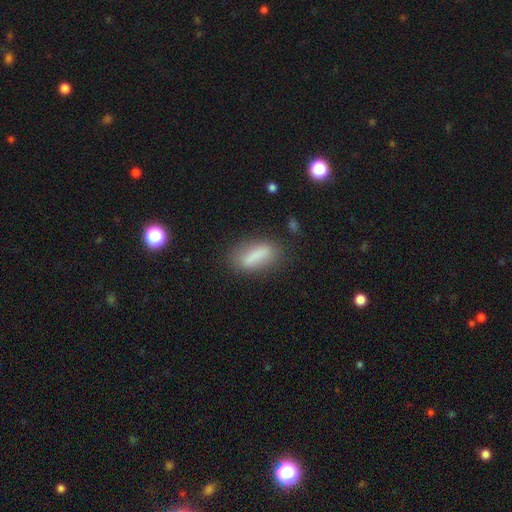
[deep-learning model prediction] A smooth galaxy with no disk features (75%) that is in between round and cigar-shaped (58%). Merging: none (73%).